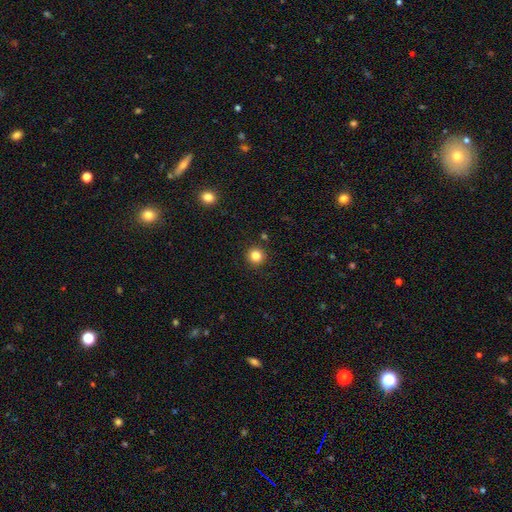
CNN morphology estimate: smooth_or_featured: smooth (p=0.83) [alt: star or artifact p=0.12]
how_rounded: round (p=0.95) [alt: in between p=0.04]
merging: none (p=0.91) [alt: minor disturbance p=0.05]